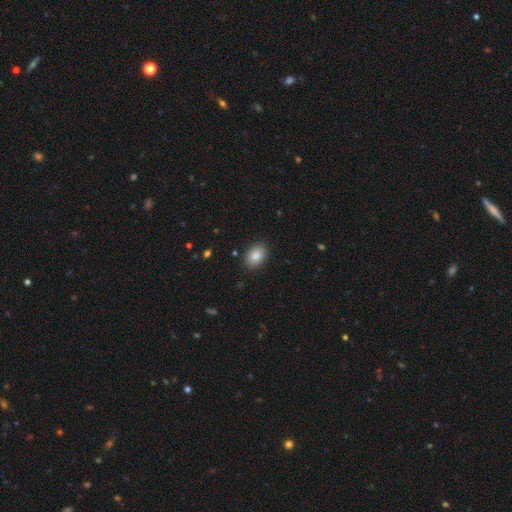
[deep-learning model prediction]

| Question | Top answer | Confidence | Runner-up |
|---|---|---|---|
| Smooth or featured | smooth | 85% | star or artifact (8%) |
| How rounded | in between | 77% | round (22%) |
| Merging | none | 88% | minor disturbance (9%) |